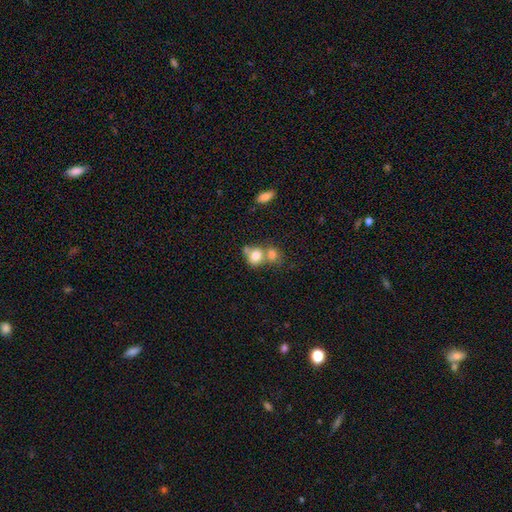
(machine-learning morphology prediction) A smooth galaxy with no disk features (77%) that is round (54%). Merging: merger (58%).